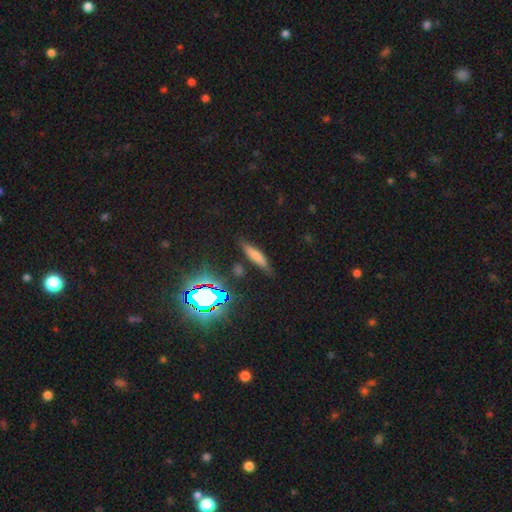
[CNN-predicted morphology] smooth-or-featured: smooth: 64% | featured or disk: 21% | star or artifact: 15%
  how-rounded: cigar-shaped: 75% | in between: 22% | round: 3%
  merging: none: 74% | minor disturbance: 18% | major disturbance: 5% | merger: 3%